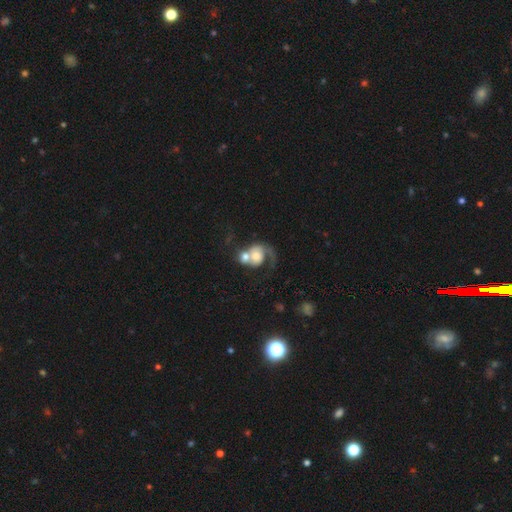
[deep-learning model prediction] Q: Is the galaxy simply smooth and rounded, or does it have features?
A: featured or disk — 59%.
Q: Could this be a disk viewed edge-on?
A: no — 98%.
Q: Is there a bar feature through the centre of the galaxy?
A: no — 76%.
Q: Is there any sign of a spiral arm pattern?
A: yes — 78%.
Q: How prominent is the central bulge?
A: moderate — 38%.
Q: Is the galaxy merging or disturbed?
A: merger — 63%.